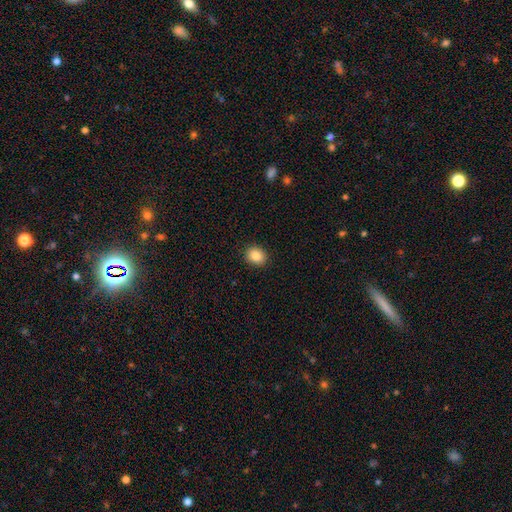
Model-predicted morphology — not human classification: A smooth galaxy with no disk features (87%) that is round (62%). Merging: none (91%).